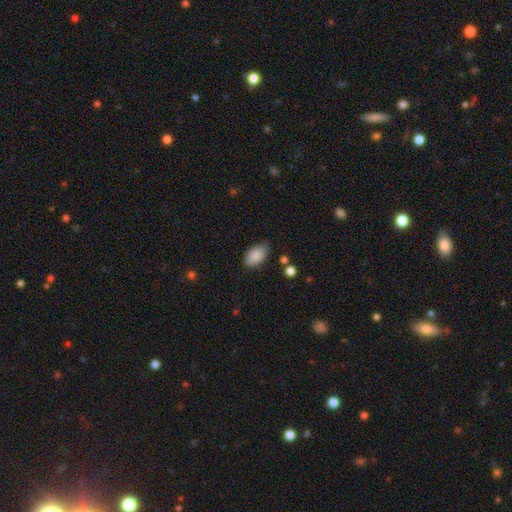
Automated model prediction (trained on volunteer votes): A smooth galaxy with no disk features (87%) that is in between round and cigar-shaped (93%). Merging: none (76%).